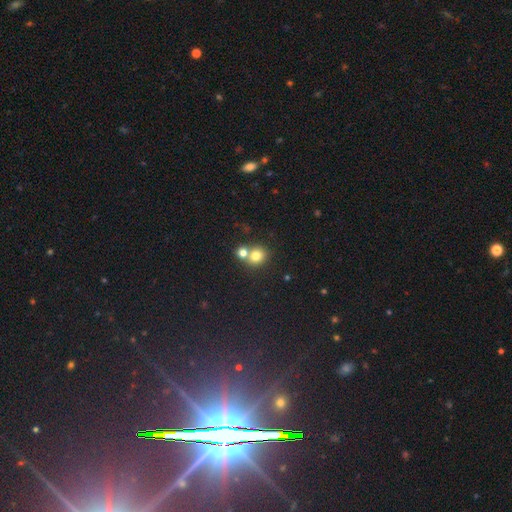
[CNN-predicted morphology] Smooth or featured: smooth — 77% (star or artifact — 13%)
How rounded: round — 80% (in between — 19%)
Merging: none — 49% (merger — 42%)